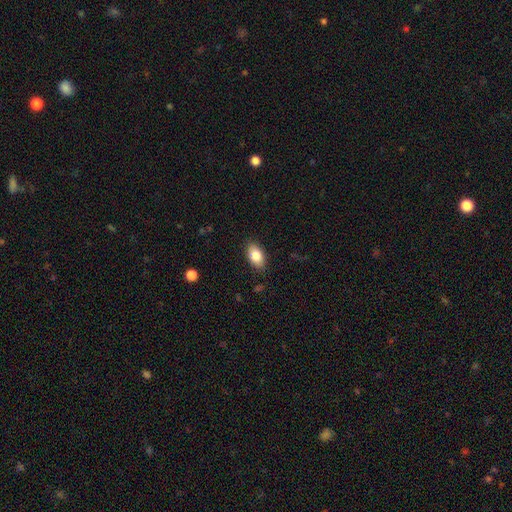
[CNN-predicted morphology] smooth_or_featured: smooth (p=0.82) [alt: featured or disk p=0.10]
how_rounded: in between (p=0.91) [alt: round p=0.06]
merging: none (p=0.86) [alt: minor disturbance p=0.10]